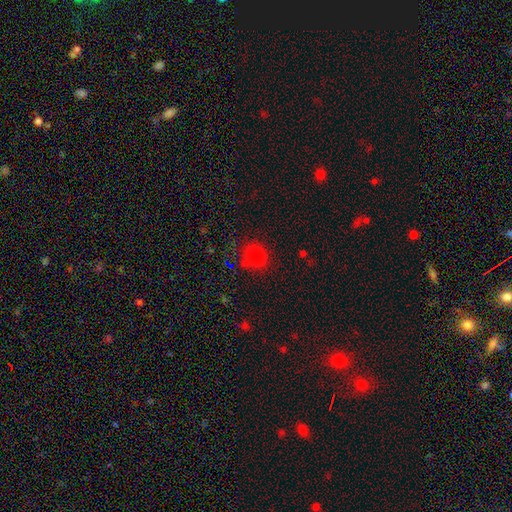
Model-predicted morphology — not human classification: Smooth or featured? Predicted: smooth (p=0.78). How rounded? Predicted: round (p=0.83). Merging? Predicted: none (p=0.80).